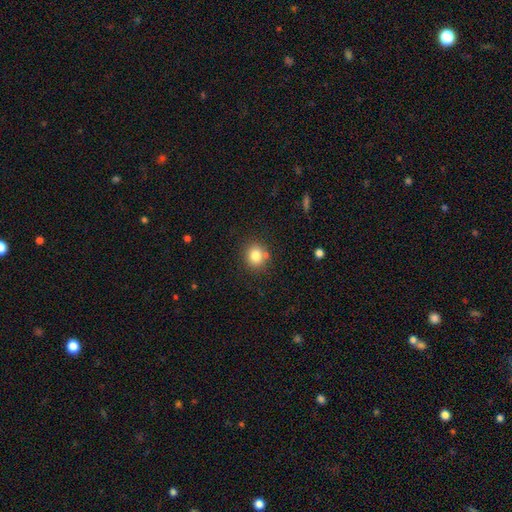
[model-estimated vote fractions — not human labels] smooth_or_featured: smooth (p=0.81) [alt: star or artifact p=0.11]
how_rounded: round (p=0.82) [alt: in between p=0.17]
merging: none (p=0.80) [alt: minor disturbance p=0.10]